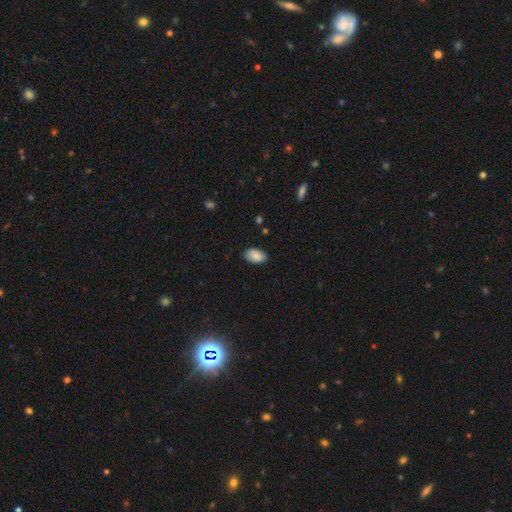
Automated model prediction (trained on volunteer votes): smooth-or-featured: smooth: 87% | star or artifact: 7% | featured or disk: 6%
  how-rounded: in between: 94% | round: 5% | cigar-shaped: 1%
  merging: none: 85% | minor disturbance: 12% | major disturbance: 2% | merger: 1%